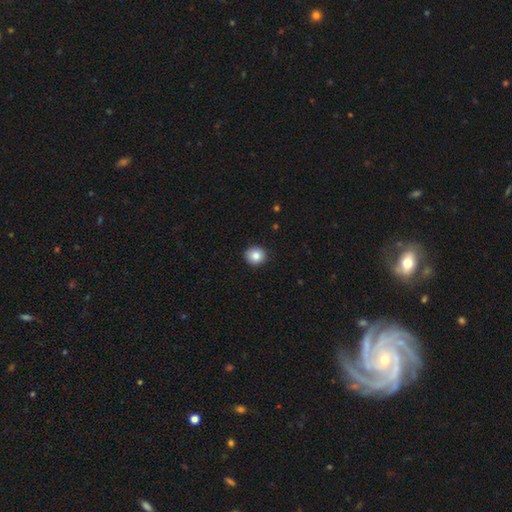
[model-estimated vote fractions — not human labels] Q: Smooth or featured?
A: smooth (85%); runner-up: star or artifact (9%)
Q: How rounded?
A: round (90%); runner-up: in between (9%)
Q: Merging?
A: none (92%); runner-up: minor disturbance (6%)